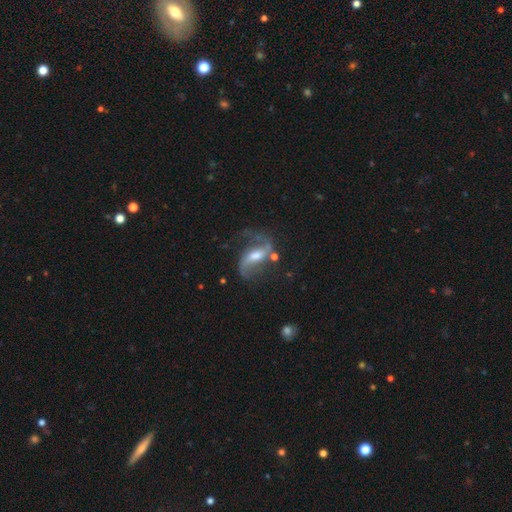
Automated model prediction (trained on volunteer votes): smooth_or_featured: featured or disk (p=0.86) [alt: smooth p=0.08]
disk_edge_on: no (p=0.96) [alt: yes p=0.04]
bar: weak (p=0.46) [alt: strong p=0.32]
has_spiral_arms: yes (p=0.95) [alt: no p=0.05]
spiral_winding: loose (p=0.63) [alt: medium p=0.30]
spiral_arm_count: 2 (p=0.90) [alt: 1 p=0.04]
bulge_size: moderate (p=0.58) [alt: small p=0.27]
merging: none (p=0.60) [alt: minor disturbance p=0.18]